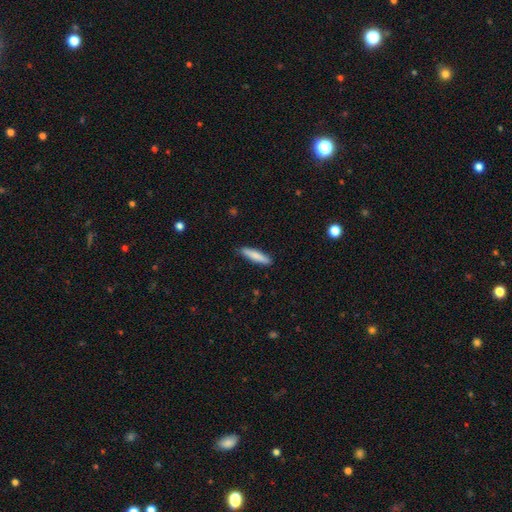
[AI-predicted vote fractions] smooth-or-featured: smooth: 83% | featured or disk: 12% | star or artifact: 6%
  how-rounded: cigar-shaped: 83% | in between: 16% | round: 1%
  merging: none: 88% | minor disturbance: 9% | major disturbance: 2% | merger: 1%